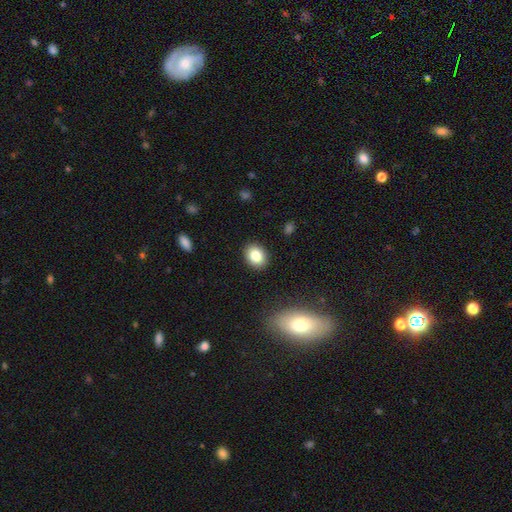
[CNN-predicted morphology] The model was most divided on "how rounded": in between: 57%, round: 42%, cigar-shaped: 1%. More confident: merging — none (89%); smooth or featured — smooth (84%).